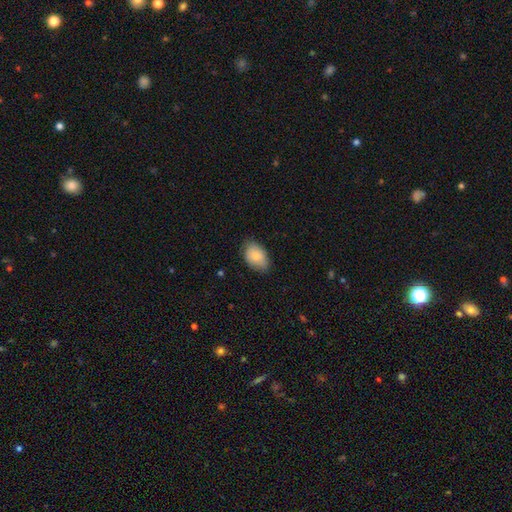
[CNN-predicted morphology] The model was most divided on "merging": none: 73%, minor disturbance: 22%, major disturbance: 3%, merger: 1%. More confident: how rounded — in between (89%); smooth or featured — smooth (84%).